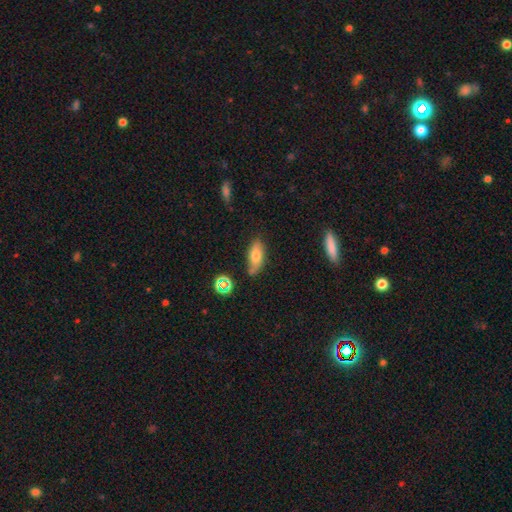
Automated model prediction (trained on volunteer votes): Smooth or featured? smooth (70%)
How rounded? in between (80%)
Merging? none (64%)